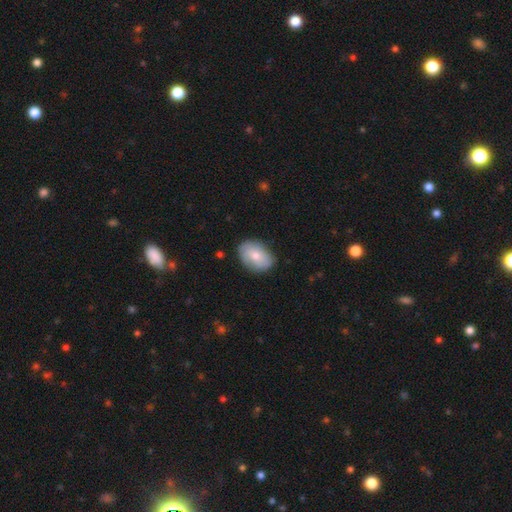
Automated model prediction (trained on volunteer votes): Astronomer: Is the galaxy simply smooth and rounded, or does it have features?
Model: smooth — 62%.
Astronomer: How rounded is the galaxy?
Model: in between — 77%.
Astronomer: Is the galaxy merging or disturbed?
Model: none — 77%.